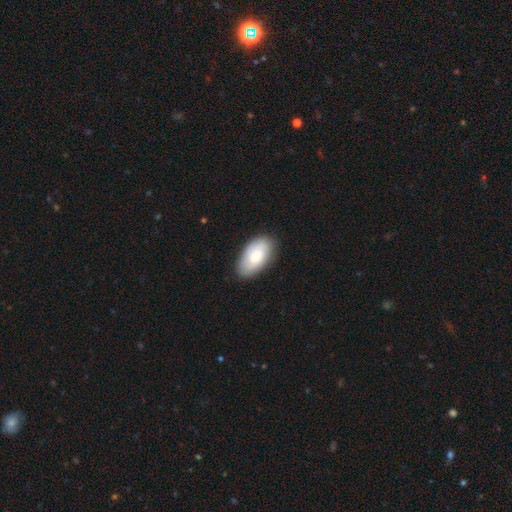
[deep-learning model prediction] Smooth or featured? smooth (75%)
How rounded? in between (95%)
Merging? none (85%)